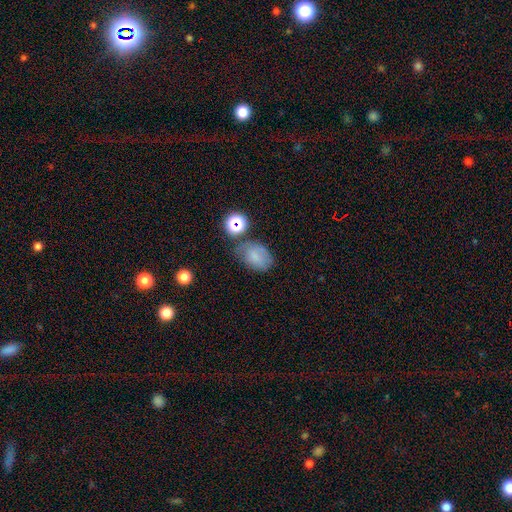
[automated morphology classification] This appears to be a smooth galaxy with no disk features (72%) that is in between round and cigar-shaped (75%). Merging: none (57%).